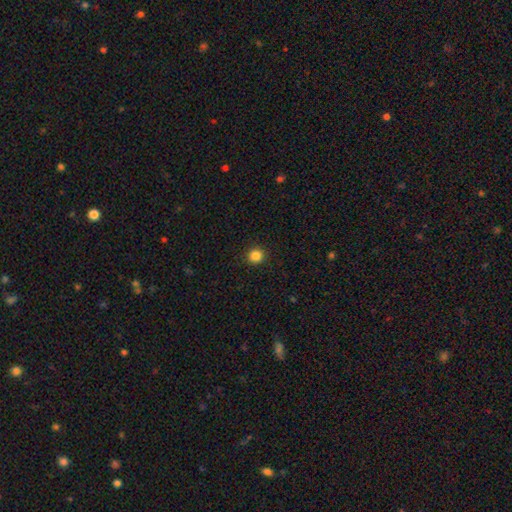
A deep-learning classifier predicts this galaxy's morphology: smooth_or_featured: smooth (p=0.85) [alt: star or artifact p=0.12]
how_rounded: round (p=0.93) [alt: in between p=0.06]
merging: none (p=0.92) [alt: minor disturbance p=0.05]